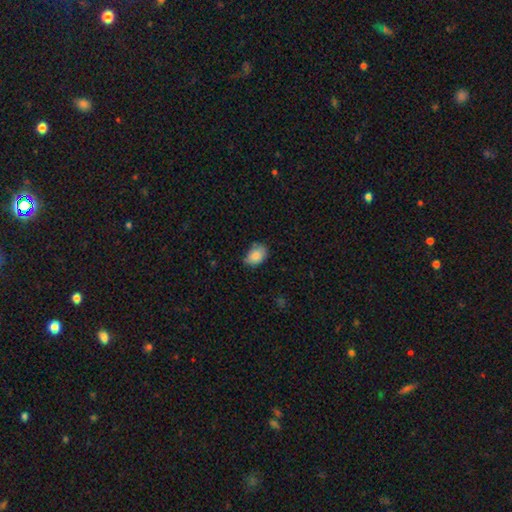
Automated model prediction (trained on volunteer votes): Q: Smooth or featured?
A: smooth (86%); runner-up: star or artifact (7%)
Q: How rounded?
A: in between (86%); runner-up: round (13%)
Q: Merging?
A: none (66%); runner-up: minor disturbance (28%)